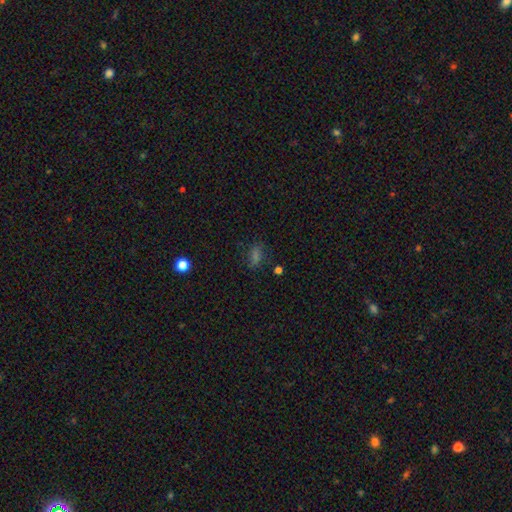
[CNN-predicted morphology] Q: Smooth or featured?
A: smooth (57%); runner-up: star or artifact (30%)
Q: How rounded?
A: in between (76%); runner-up: round (15%)
Q: Merging?
A: none (74%); runner-up: minor disturbance (16%)